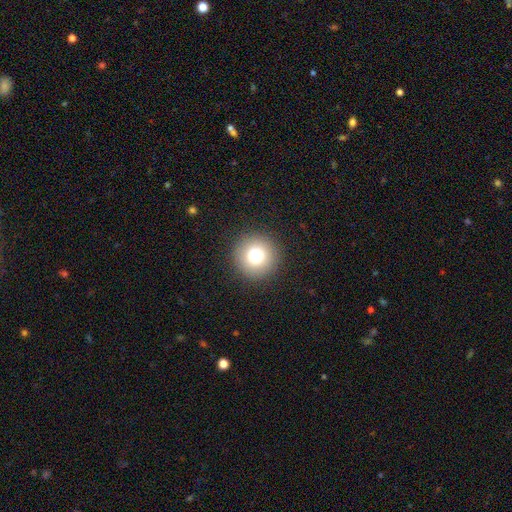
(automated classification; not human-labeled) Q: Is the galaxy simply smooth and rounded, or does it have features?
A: smooth — 79%.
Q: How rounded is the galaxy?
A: round — 96%.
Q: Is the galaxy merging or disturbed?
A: none — 92%.